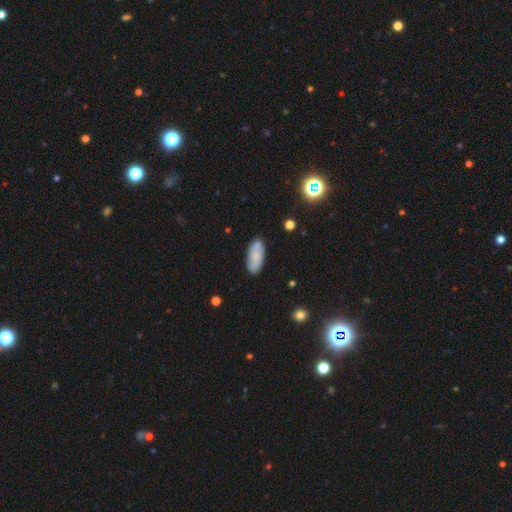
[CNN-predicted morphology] Smooth or featured? smooth (74%)
How rounded? in between (78%)
Merging? none (81%)